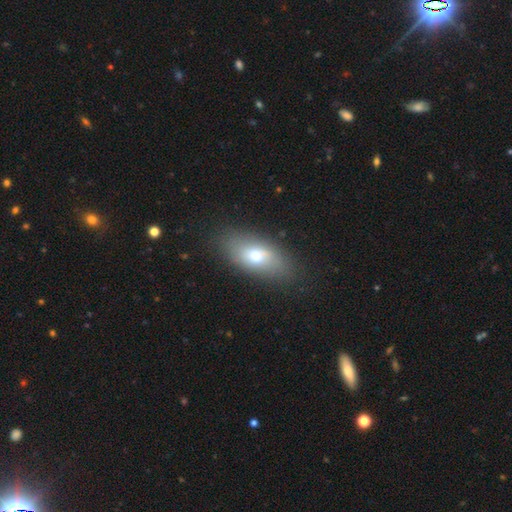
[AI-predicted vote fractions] A smooth galaxy with no disk features (65%) that is in between round and cigar-shaped (85%). Merging: none (83%).